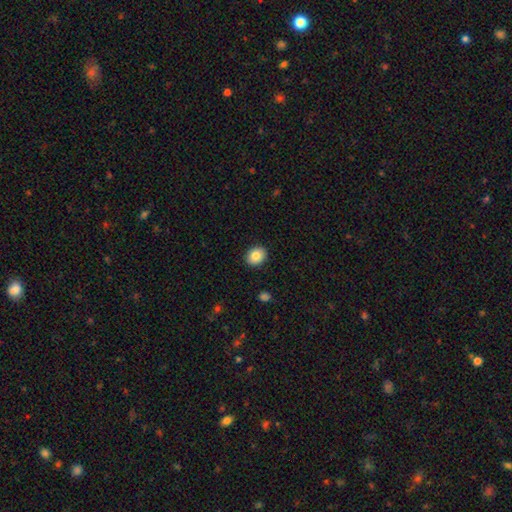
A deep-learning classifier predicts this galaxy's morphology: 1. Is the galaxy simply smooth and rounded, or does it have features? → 85% smooth, 8% star or artifact, 7% featured or disk.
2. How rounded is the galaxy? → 54% round, 45% in between, 1% cigar-shaped.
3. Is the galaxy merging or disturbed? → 90% none, 7% minor disturbance, 2% major disturbance, 1% merger.